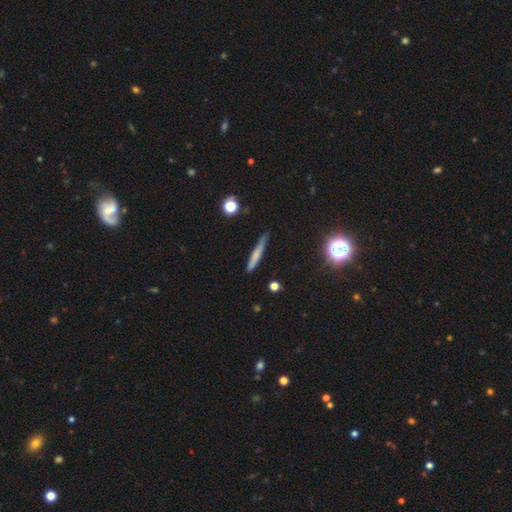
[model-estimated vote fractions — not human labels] Overall: smooth (63%; featured or disk 28%). How rounded: cigar-shaped (93%). Merging: none (80%).